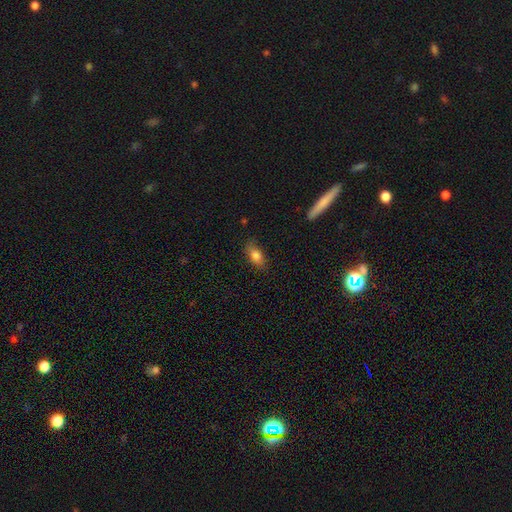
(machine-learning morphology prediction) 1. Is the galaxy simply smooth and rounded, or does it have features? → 80% smooth, 12% featured or disk, 8% star or artifact.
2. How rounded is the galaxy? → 84% in between, 10% cigar-shaped, 6% round.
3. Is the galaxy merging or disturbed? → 79% none, 16% minor disturbance, 4% major disturbance, 1% merger.